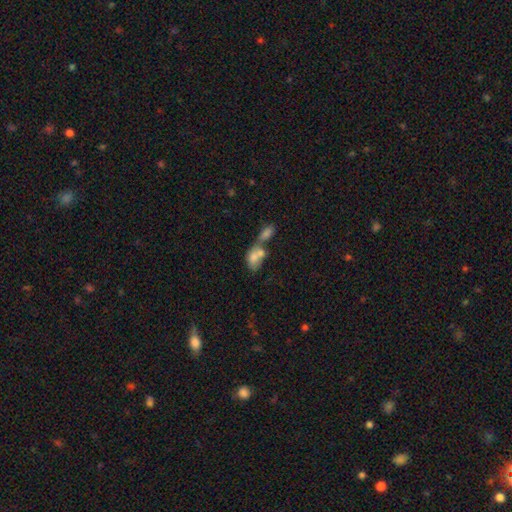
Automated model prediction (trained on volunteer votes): This appears to be a smooth galaxy with no disk features (72%) that is in between round and cigar-shaped (82%). Merging: merger (70%).